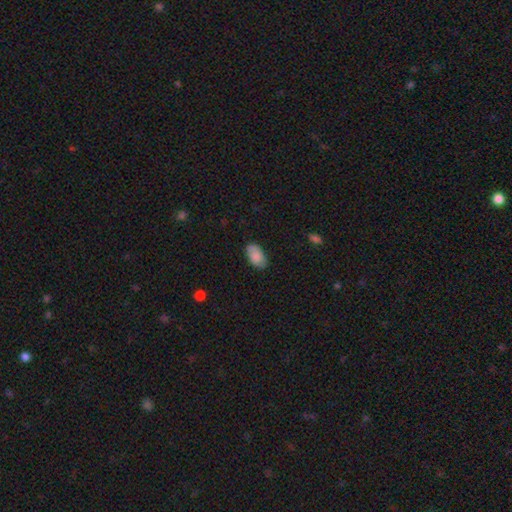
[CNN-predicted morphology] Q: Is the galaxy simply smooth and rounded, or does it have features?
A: smooth — 85%.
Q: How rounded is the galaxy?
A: in between — 94%.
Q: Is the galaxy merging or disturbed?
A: none — 79%.